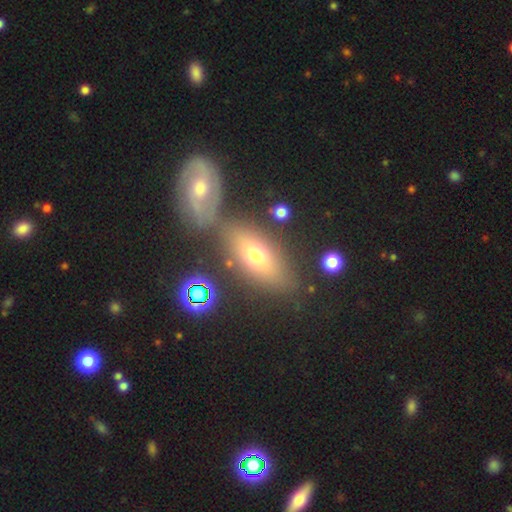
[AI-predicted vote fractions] This appears to be a smooth galaxy with no disk features (58%) that is in between round and cigar-shaped (80%). Merging: none (60%).